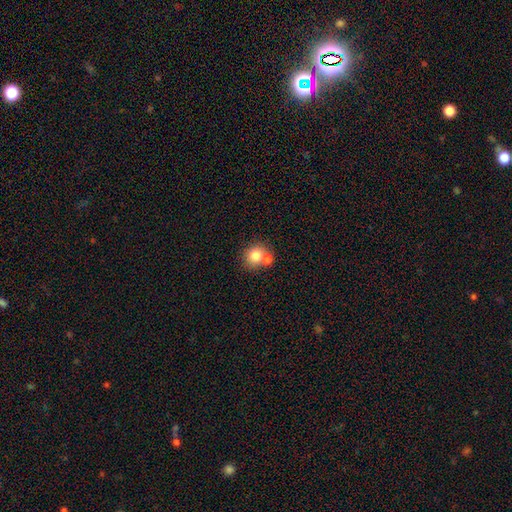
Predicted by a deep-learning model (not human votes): Q: Smooth or featured?
A: smooth (78%); runner-up: featured or disk (12%)
Q: How rounded?
A: round (79%); runner-up: in between (20%)
Q: Merging?
A: none (51%); runner-up: merger (37%)